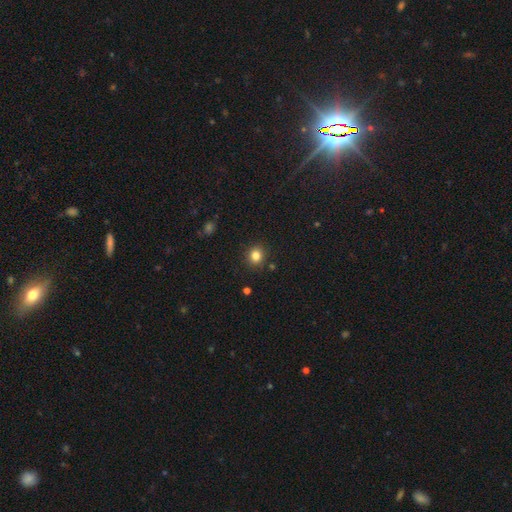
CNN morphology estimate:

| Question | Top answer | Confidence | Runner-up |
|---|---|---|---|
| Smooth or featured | smooth | 82% | star or artifact (12%) |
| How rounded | round | 85% | in between (14%) |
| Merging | none | 89% | minor disturbance (7%) |